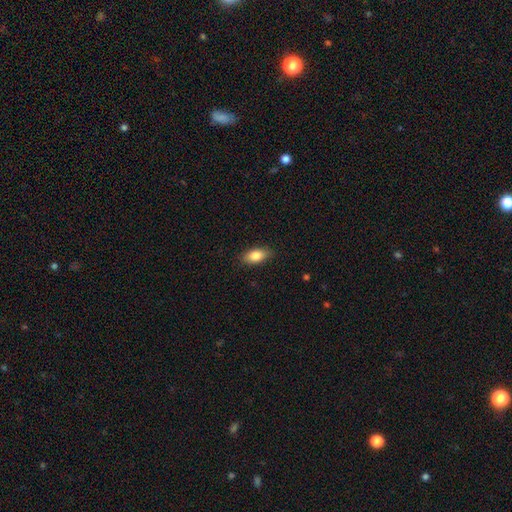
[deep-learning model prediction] This is clearly a smooth galaxy (85%). How rounded: clearly in between (88%). Merging: clearly none (86%).